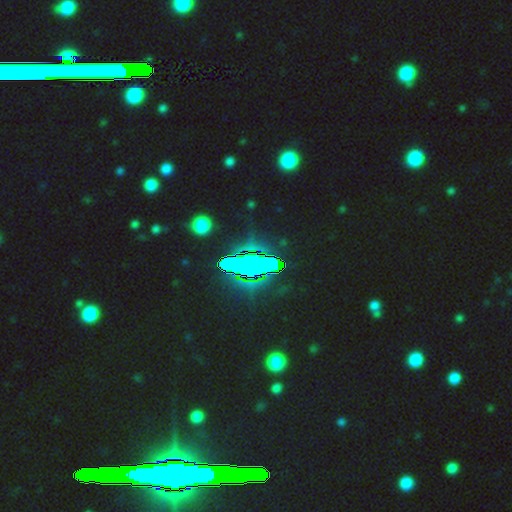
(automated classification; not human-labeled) smooth_or_featured: star or artifact (p=0.79) [alt: smooth p=0.11]